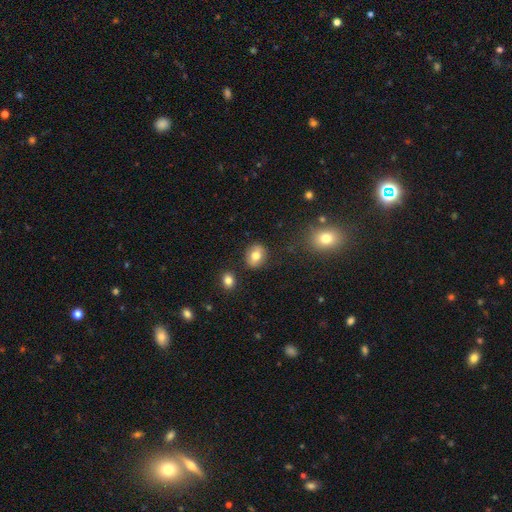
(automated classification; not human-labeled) Smooth or featured? smooth (74%)
How rounded? round (58%)
Merging? none (85%)